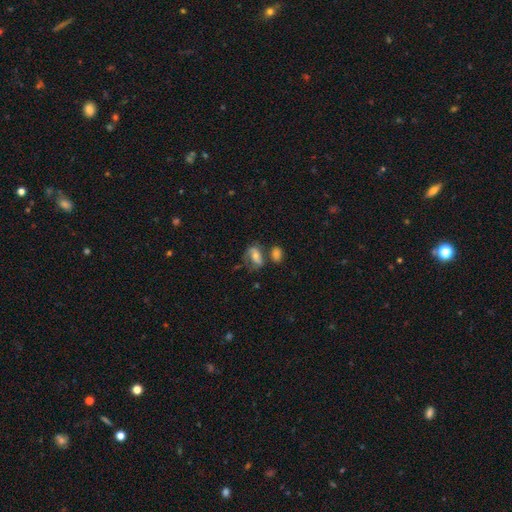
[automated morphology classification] Q: Smooth or featured?
A: smooth (49%); runner-up: featured or disk (41%)
Q: Merging?
A: none (44%); runner-up: merger (22%)